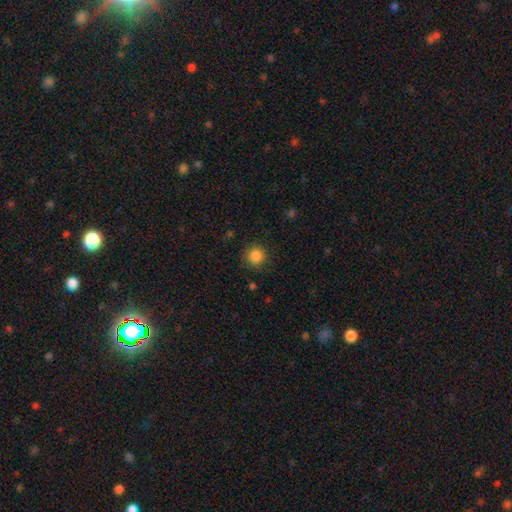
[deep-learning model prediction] This is clearly a smooth galaxy (86%). How rounded: clearly round (94%). Merging: clearly none (86%).